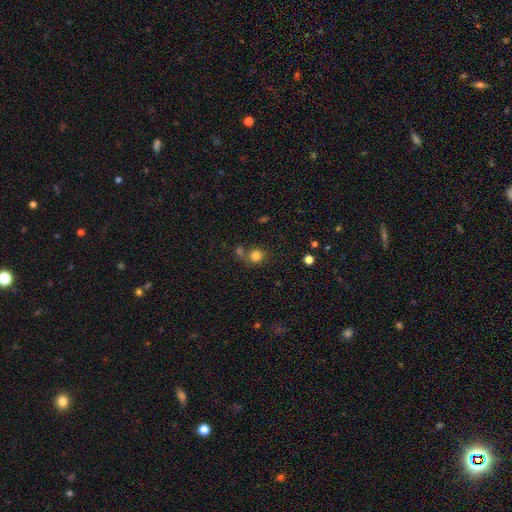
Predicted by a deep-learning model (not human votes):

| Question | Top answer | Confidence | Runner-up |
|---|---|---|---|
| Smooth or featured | smooth | 80% | star or artifact (13%) |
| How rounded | round | 86% | in between (13%) |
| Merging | none | 61% | merger (25%) |